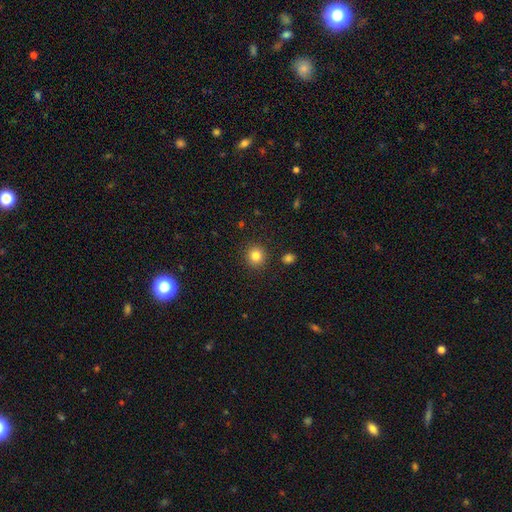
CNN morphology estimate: A smooth galaxy with no disk features (83%) that is round (91%). Merging: none (90%).